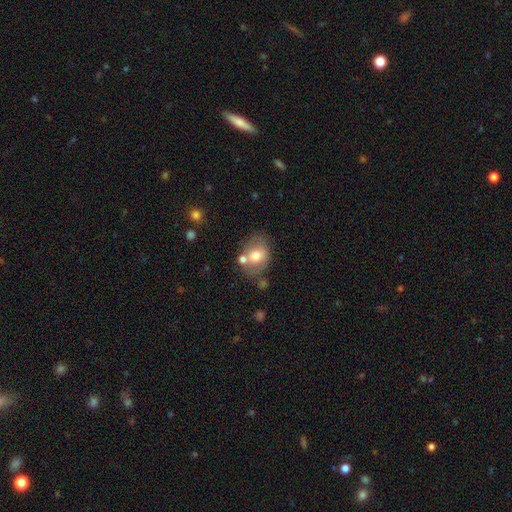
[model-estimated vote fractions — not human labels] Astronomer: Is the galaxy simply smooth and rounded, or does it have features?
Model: smooth — 65%.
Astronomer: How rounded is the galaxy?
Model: in between — 57% (runner-up: round, 42%).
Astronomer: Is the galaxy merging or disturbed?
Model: none — 56%.